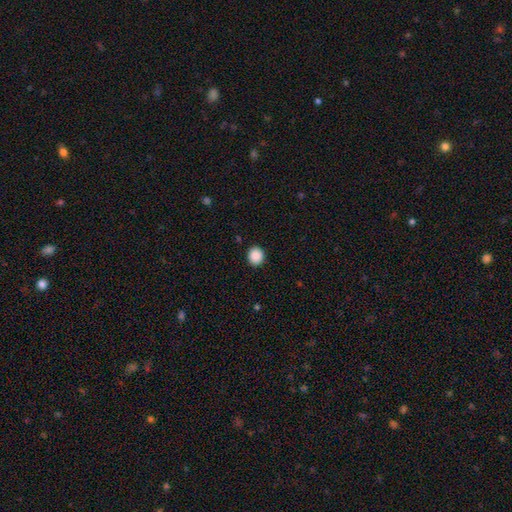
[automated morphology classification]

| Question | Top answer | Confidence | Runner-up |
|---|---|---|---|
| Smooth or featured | smooth | 89% | star or artifact (8%) |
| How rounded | round | 83% | in between (16%) |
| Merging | none | 91% | minor disturbance (6%) |